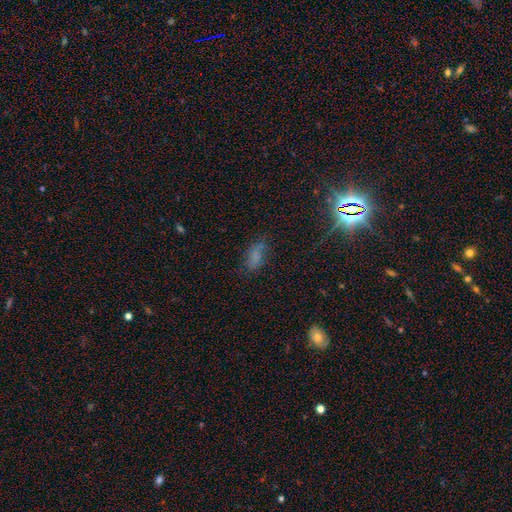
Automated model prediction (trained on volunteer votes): Overall: smooth (60%; star or artifact 24%). How rounded: in between (87%). Merging: none (57%; minor disturbance 25%).